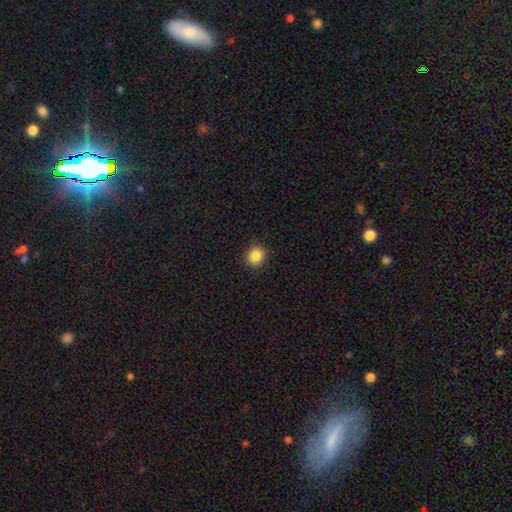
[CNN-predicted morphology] smooth-or-featured: smooth: 86% | star or artifact: 10% | featured or disk: 3%
  how-rounded: round: 88% | in between: 11% | cigar-shaped: 1%
  merging: none: 91% | minor disturbance: 6% | major disturbance: 2% | merger: 1%